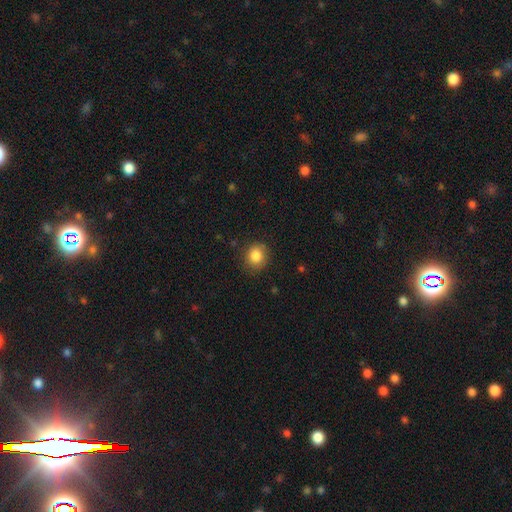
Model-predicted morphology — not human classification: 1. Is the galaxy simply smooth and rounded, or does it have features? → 85% smooth, 10% star or artifact, 5% featured or disk.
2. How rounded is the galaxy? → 78% round, 21% in between, 1% cigar-shaped.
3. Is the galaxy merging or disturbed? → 84% none, 12% minor disturbance, 3% major disturbance, 1% merger.